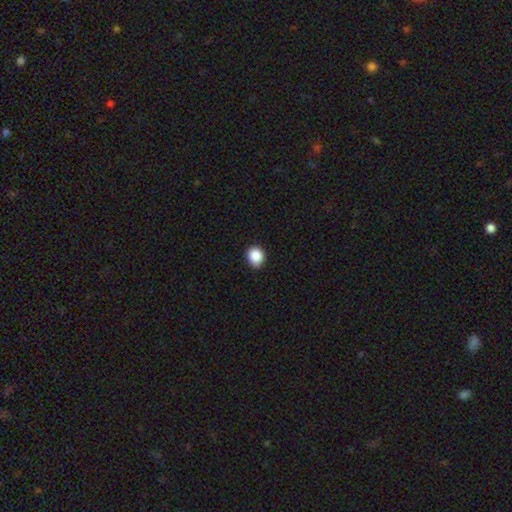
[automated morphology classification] smooth-or-featured: smooth: 87% | star or artifact: 9% | featured or disk: 3%
  how-rounded: round: 78% | in between: 21% | cigar-shaped: 1%
  merging: none: 80% | minor disturbance: 17% | major disturbance: 2% | merger: 1%